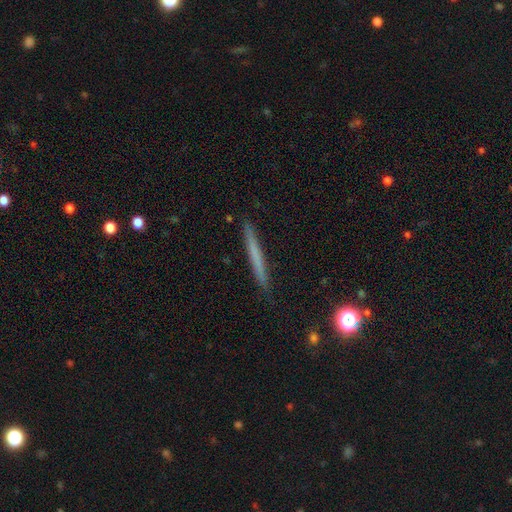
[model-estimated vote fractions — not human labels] Smooth or featured: smooth — 59% (featured or disk — 34%)
How rounded: cigar-shaped — 97% (in between — 2%)
Merging: none — 91% (minor disturbance — 6%)